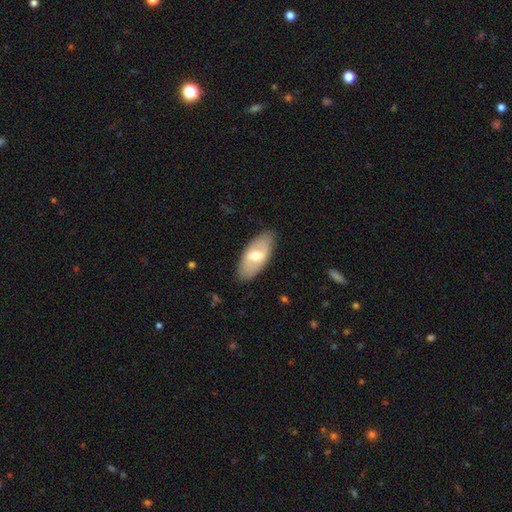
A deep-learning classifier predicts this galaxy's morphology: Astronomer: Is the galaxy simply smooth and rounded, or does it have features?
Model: smooth — 48% (runner-up: featured or disk, 46%).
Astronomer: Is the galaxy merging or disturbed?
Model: none — 85%.